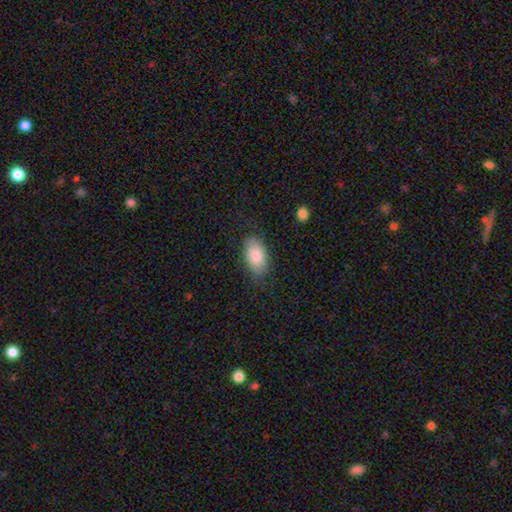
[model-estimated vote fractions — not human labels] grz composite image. It shows a smooth galaxy with no disk features (85%) that is in between round and cigar-shaped (94%). Merging: none (77%).